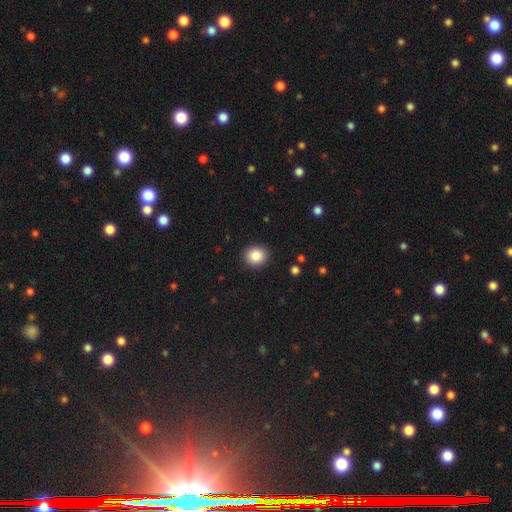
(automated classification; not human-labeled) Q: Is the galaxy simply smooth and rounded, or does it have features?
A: smooth — 86%.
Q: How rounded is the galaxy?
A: round — 82%.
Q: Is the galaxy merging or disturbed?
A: none — 90%.